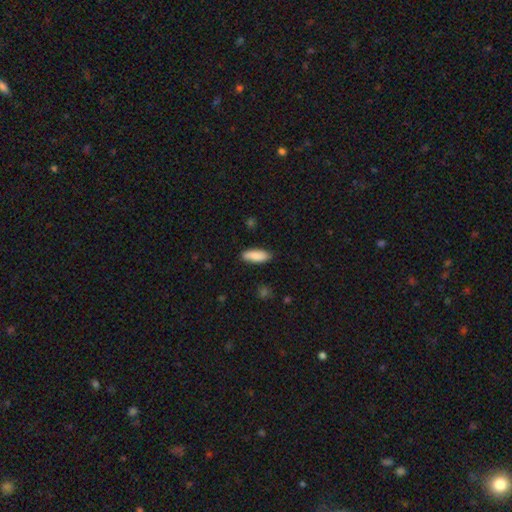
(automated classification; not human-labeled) smooth_or_featured: smooth (p=0.88) [alt: featured or disk p=0.06]
how_rounded: in between (p=0.71) [alt: cigar-shaped p=0.28]
merging: none (p=0.84) [alt: minor disturbance p=0.12]